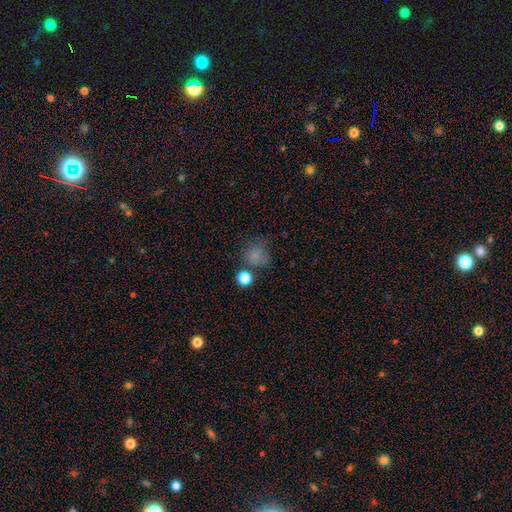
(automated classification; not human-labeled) smooth-or-featured: smooth: 75% | star or artifact: 17% | featured or disk: 8%
  how-rounded: round: 84% | in between: 15% | cigar-shaped: 1%
  merging: none: 64% | minor disturbance: 16% | major disturbance: 10% | merger: 9%